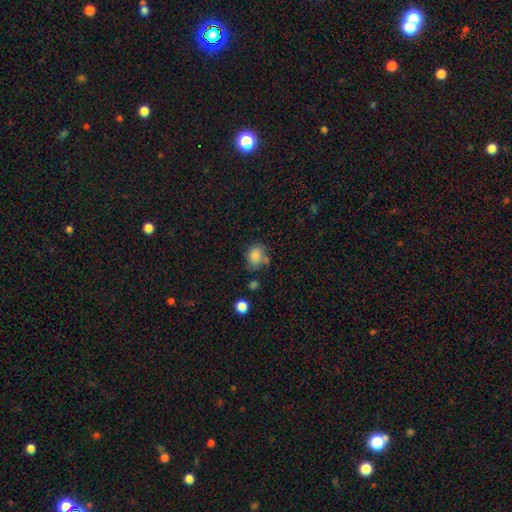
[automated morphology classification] This appears to be a smooth galaxy with no disk features (83%) that is in between round and cigar-shaped (54%). Merging: none (57%).